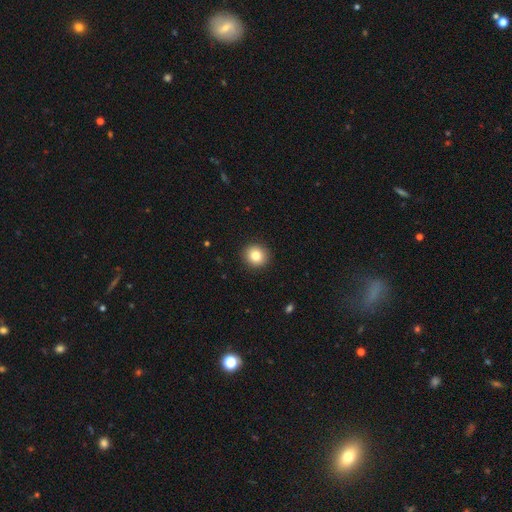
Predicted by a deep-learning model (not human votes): Smooth or featured? Predicted: smooth (p=0.83). How rounded? Predicted: round (p=0.91). Merging? Predicted: none (p=0.92).